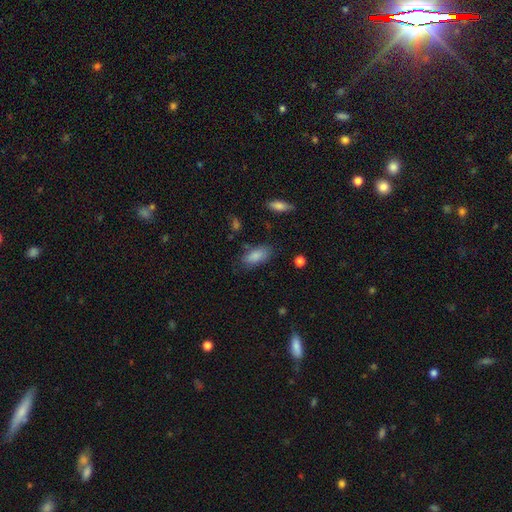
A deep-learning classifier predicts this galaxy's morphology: This is clearly a smooth galaxy (85%). How rounded: clearly in between (88%). Merging: likely none (73%).